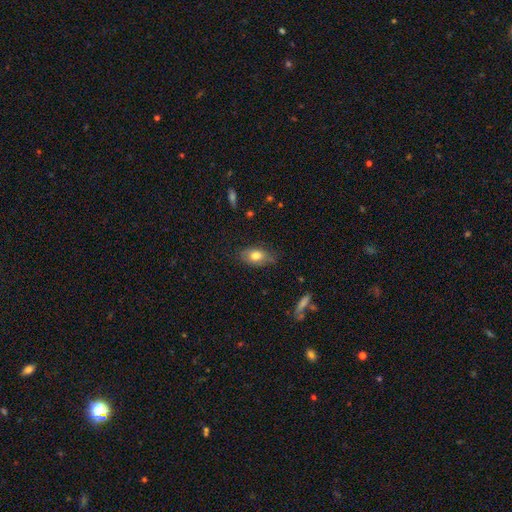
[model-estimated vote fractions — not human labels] A smooth galaxy with no disk features (75%) that is in between round and cigar-shaped (85%). Merging: none (68%).